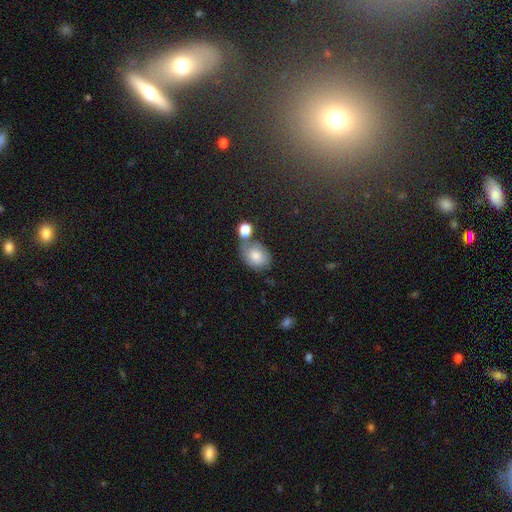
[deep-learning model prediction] smooth-or-featured: smooth: 78% | featured or disk: 13% | star or artifact: 9%
  how-rounded: in between: 69% | round: 30% | cigar-shaped: 1%
  merging: none: 48% | merger: 23% | minor disturbance: 22% | major disturbance: 8%